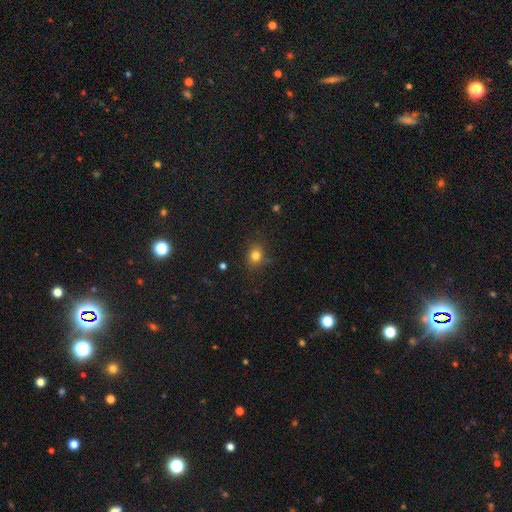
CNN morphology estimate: smooth-or-featured: smooth: 80% | star or artifact: 13% | featured or disk: 6%
  how-rounded: round: 61% | in between: 38% | cigar-shaped: 1%
  merging: none: 82% | minor disturbance: 13% | major disturbance: 4% | merger: 1%